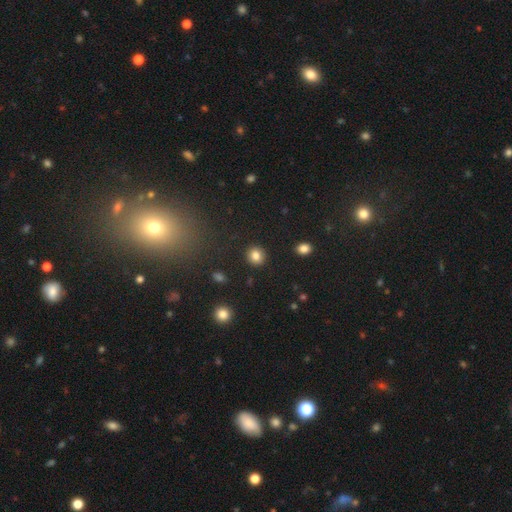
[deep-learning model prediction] A smooth galaxy with no disk features (84%) that is round (85%). Merging: none (91%).